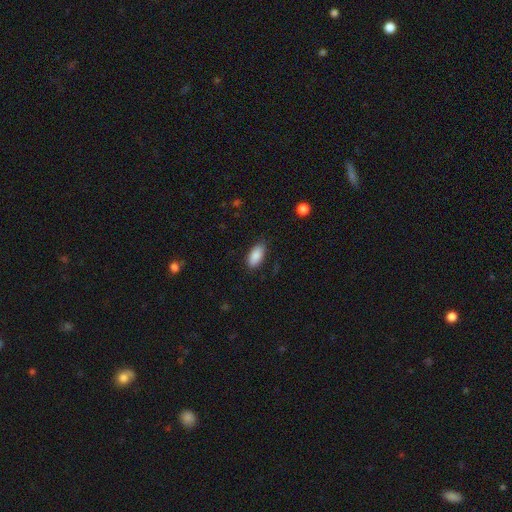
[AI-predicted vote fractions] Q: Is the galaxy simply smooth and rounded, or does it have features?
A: smooth — 88%.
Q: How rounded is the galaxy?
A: in between — 91%.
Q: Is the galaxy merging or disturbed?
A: none — 82%.